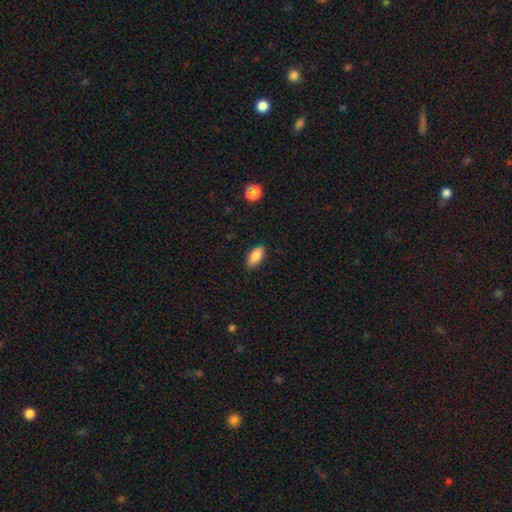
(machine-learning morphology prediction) Smooth or featured: smooth — 85% (featured or disk — 8%)
How rounded: in between — 90% (cigar-shaped — 7%)
Merging: none — 83% (minor disturbance — 14%)